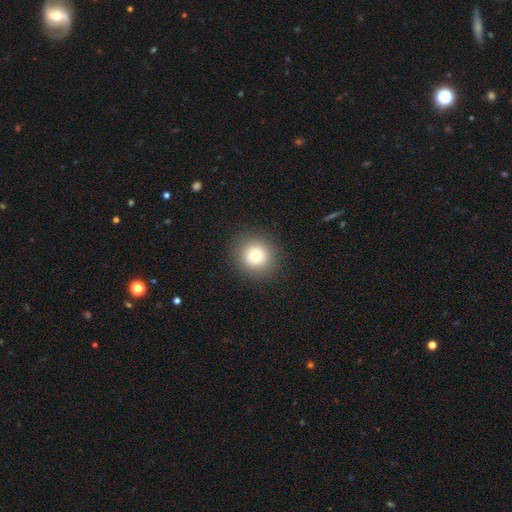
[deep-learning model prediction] smooth-or-featured: smooth: 79% | star or artifact: 12% | featured or disk: 10%
  how-rounded: round: 93% | in between: 6% | cigar-shaped: 1%
  merging: none: 90% | minor disturbance: 6% | major disturbance: 3% | merger: 1%